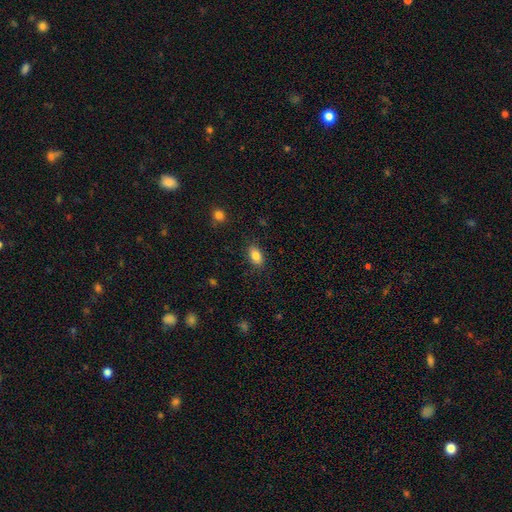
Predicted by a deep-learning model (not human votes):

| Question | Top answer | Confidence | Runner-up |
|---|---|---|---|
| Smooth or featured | smooth | 83% | star or artifact (8%) |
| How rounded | in between | 89% | round (9%) |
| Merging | none | 86% | minor disturbance (10%) |